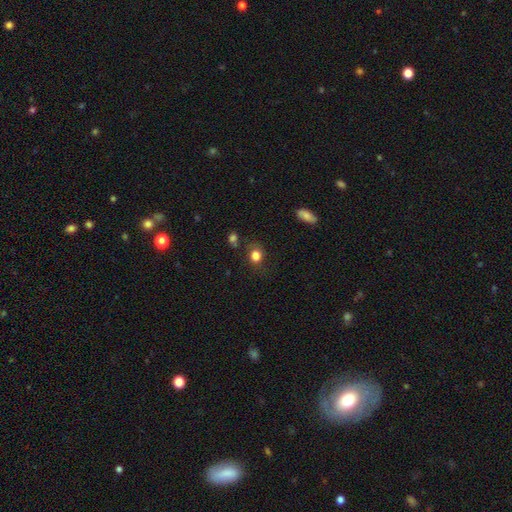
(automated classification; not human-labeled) Smooth or featured?
  - smooth: 83% *
  - star or artifact: 11%
  - featured or disk: 6%
How rounded?
  - round: 58% *
  - in between: 41%
  - cigar-shaped: 1%
Merging?
  - none: 69% *
  - minor disturbance: 19%
  - major disturbance: 8%
  - merger: 5%